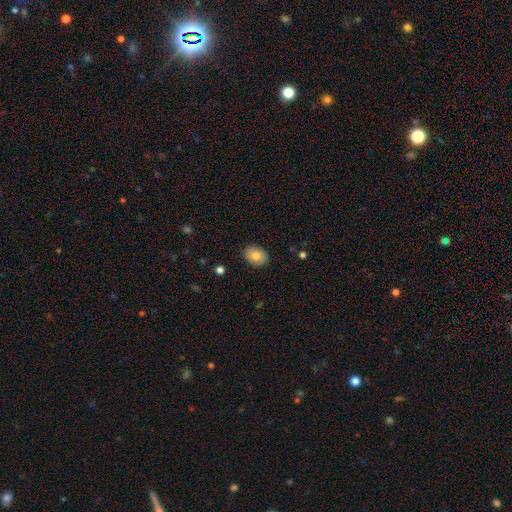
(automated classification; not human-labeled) The model was most divided on "how rounded": in between: 70%, round: 29%, cigar-shaped: 1%. More confident: merging — none (87%); smooth or featured — smooth (80%).